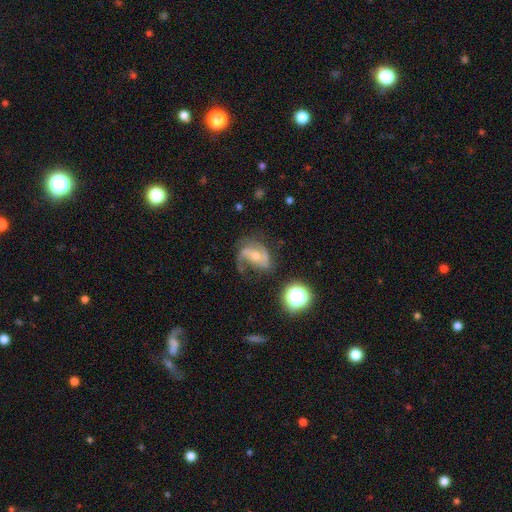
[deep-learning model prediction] Smooth or featured? Predicted: featured or disk (p=0.69). Edge-on disk? Predicted: no (p=0.96). Bar? Predicted: no (p=0.39). Spiral arms? Predicted: yes (p=0.83). Spiral winding? Predicted: loose (p=0.49). Spiral arm count? Predicted: 2 (p=0.58). Bulge size? Predicted: moderate (p=0.48). Merging? Predicted: none (p=0.37).